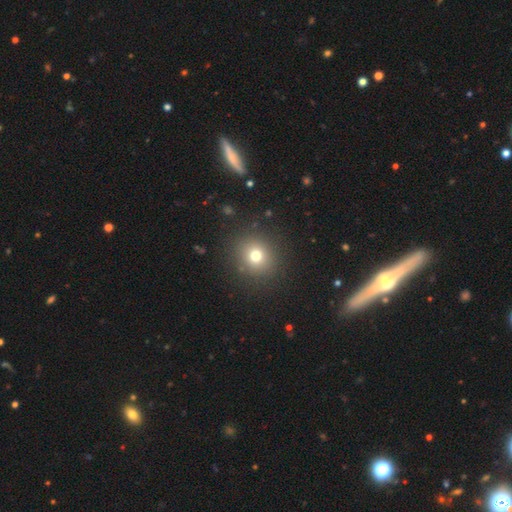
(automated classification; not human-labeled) A smooth galaxy with no disk features (74%) that is round (87%). Merging: none (88%).